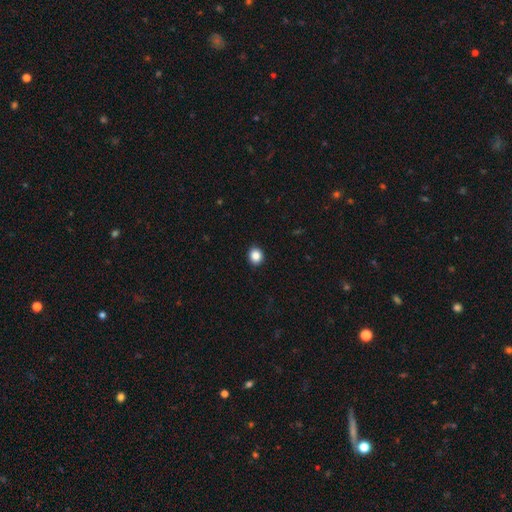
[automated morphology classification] Q: Smooth or featured?
A: smooth (87%); runner-up: star or artifact (10%)
Q: How rounded?
A: round (77%); runner-up: in between (22%)
Q: Merging?
A: none (91%); runner-up: minor disturbance (6%)